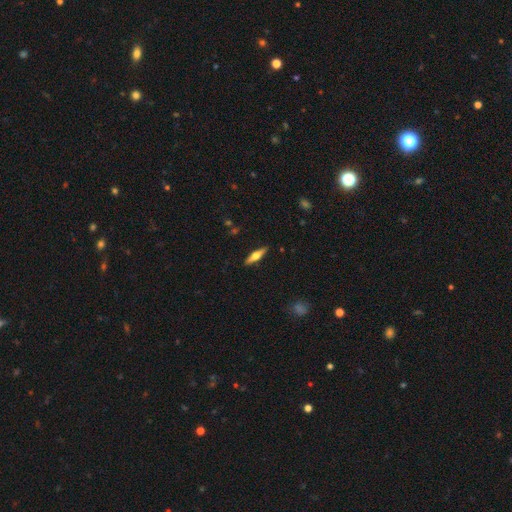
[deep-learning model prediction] Morphology: type=featured or disk (56%); edge-on=yes (95%); edge-on bulge=rounded (94%); merging=none (90%).